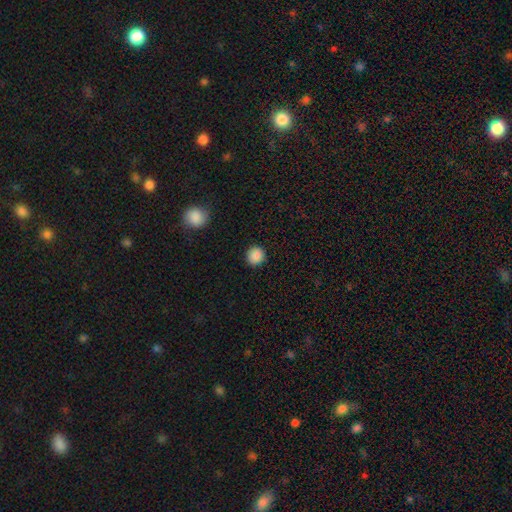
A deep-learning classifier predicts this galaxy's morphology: smooth 88%, star or artifact 9%, featured or disk 3%. Down the decision tree: how rounded — round (91%); merging — none (92%).